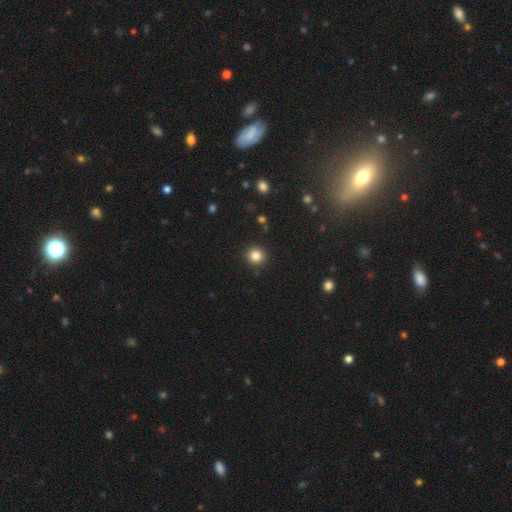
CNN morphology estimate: smooth 84%, star or artifact 11%, featured or disk 5%. Down the decision tree: how rounded — round (93%); merging — none (92%).